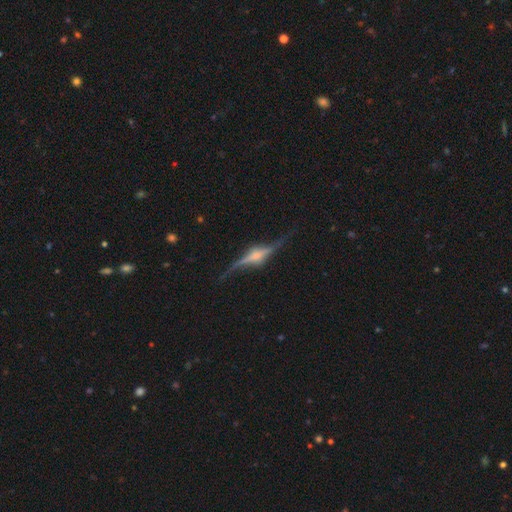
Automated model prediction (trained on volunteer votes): This is clearly a featured or disk galaxy (87%). It is clearly viewed edge-on (95%). Edge-on bulge: likely rounded (80%). Merging: likely none (79%).